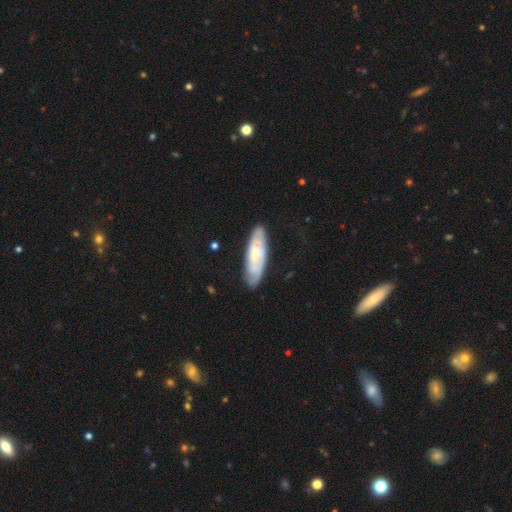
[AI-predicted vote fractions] smooth_or_featured: featured or disk (p=0.52) [alt: smooth p=0.42]
disk_edge_on: no (p=0.76) [alt: yes p=0.24]
merging: none (p=0.75) [alt: minor disturbance p=0.18]